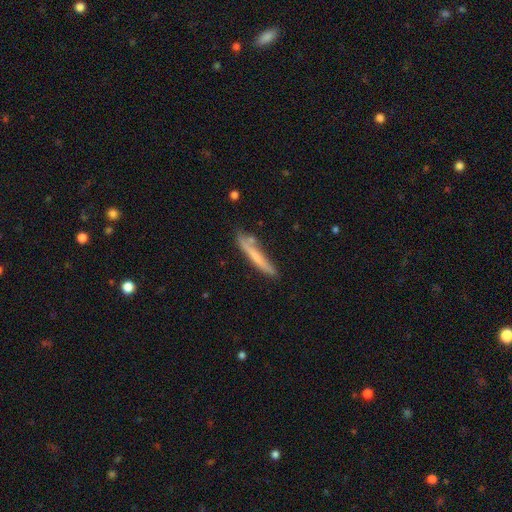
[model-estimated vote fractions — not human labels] Smooth or featured? smooth (61%)
How rounded? cigar-shaped (94%)
Merging? none (73%)